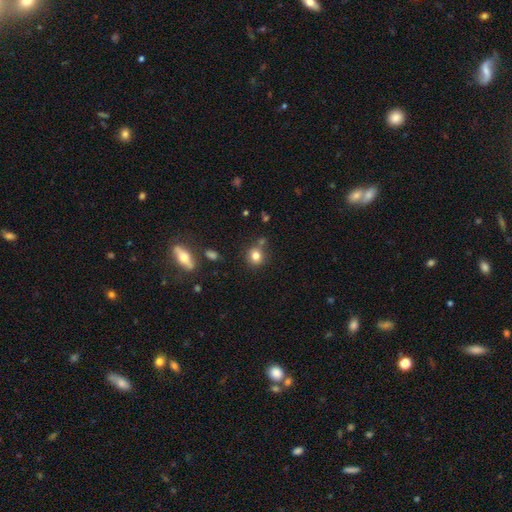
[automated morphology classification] A smooth galaxy with no disk features (80%) that is round (84%).

Vote fractions:
- Smooth or featured? smooth: 80% / star or artifact: 12% / featured or disk: 8%
- How rounded? round: 84% / in between: 15% / cigar-shaped: 1%
- Merging? none: 75% / minor disturbance: 12% / merger: 10% / major disturbance: 3%